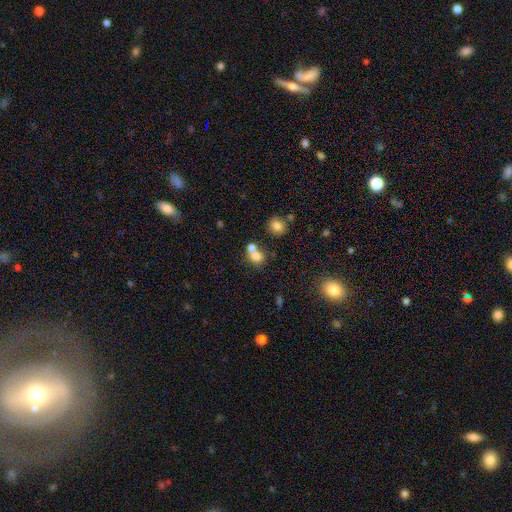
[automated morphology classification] type=smooth (75%); roundness=round (63%); merging=merger (52%).